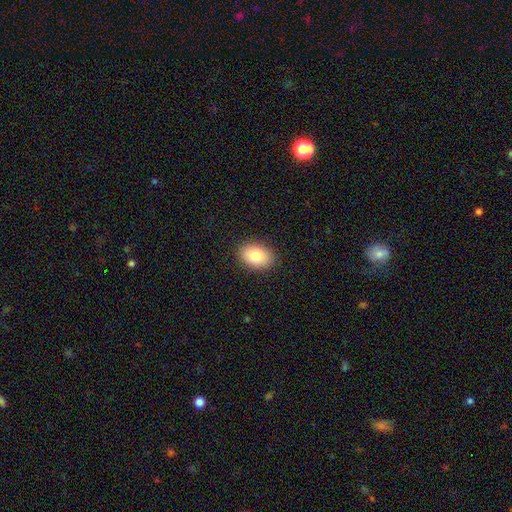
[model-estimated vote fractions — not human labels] Q: Smooth or featured?
A: smooth (83%); runner-up: featured or disk (9%)
Q: How rounded?
A: in between (84%); runner-up: round (15%)
Q: Merging?
A: none (89%); runner-up: minor disturbance (8%)